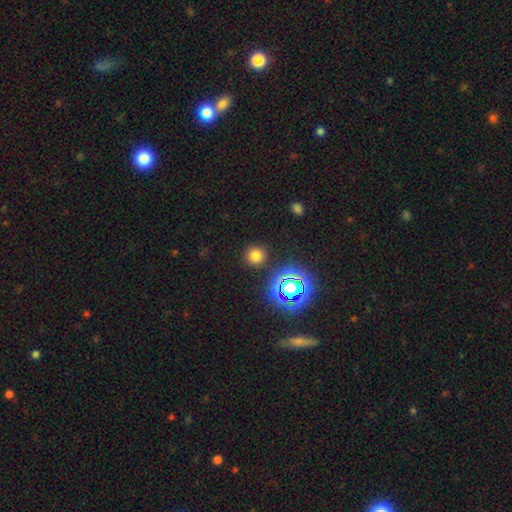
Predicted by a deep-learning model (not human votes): This is likely a smooth galaxy (72%). How rounded: clearly round (93%). Merging: clearly none (89%).